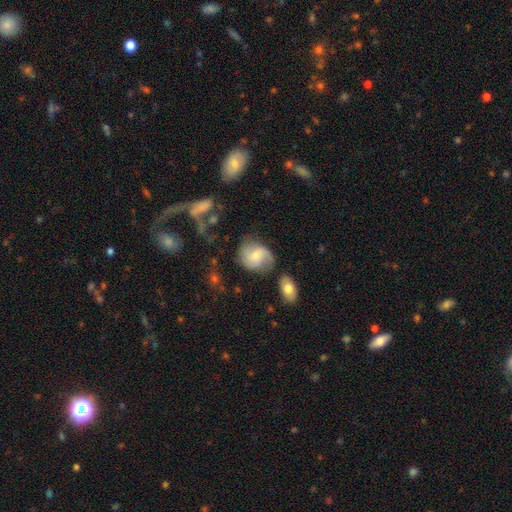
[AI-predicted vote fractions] The model was most divided on "bulge size": small: 53%, moderate: 39%, none: 4%, large: 3%, dominant: 1%. More confident: edge-on disk — no (97%); spiral arms — yes (87%); bar — no (59%); merging — none (59%); smooth or featured — featured or disk (54%).